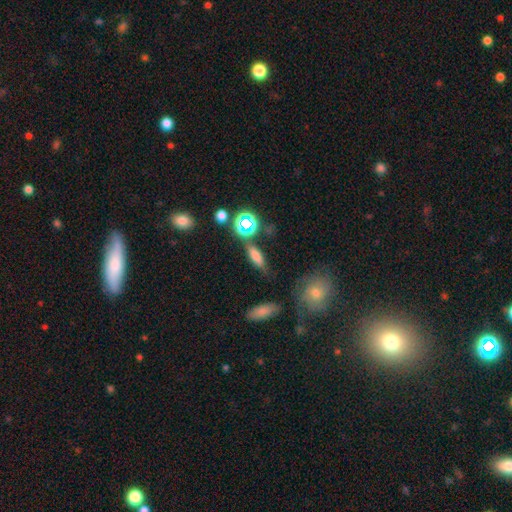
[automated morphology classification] This is likely a smooth galaxy (67%). How rounded: possibly in between (47%). Merging: likely none (70%).